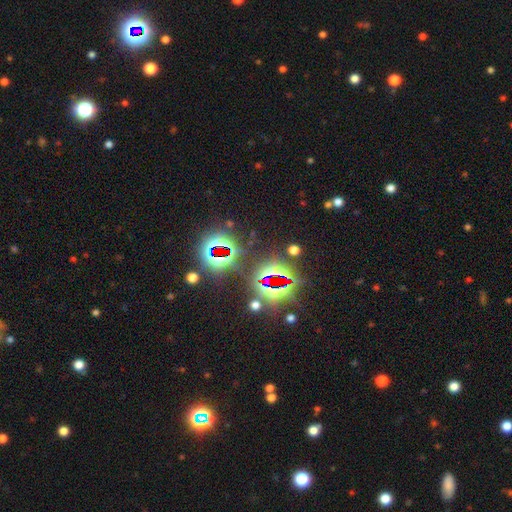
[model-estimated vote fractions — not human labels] This appears to be a star or artifact, not a galaxy (82%).